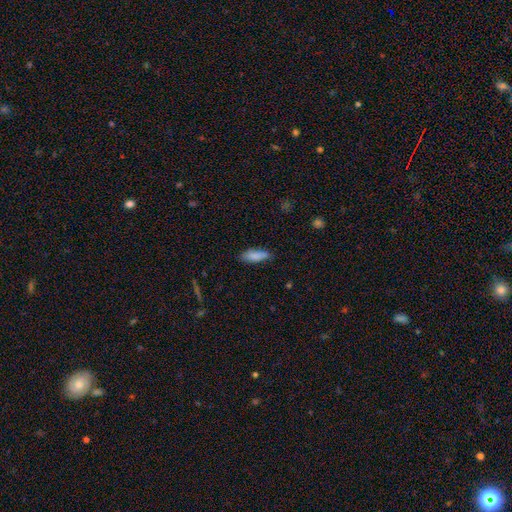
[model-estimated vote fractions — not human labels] smooth_or_featured: smooth (p=0.85) [alt: featured or disk p=0.08]
how_rounded: in between (p=0.64) [alt: cigar-shaped p=0.35]
merging: none (p=0.73) [alt: minor disturbance p=0.21]